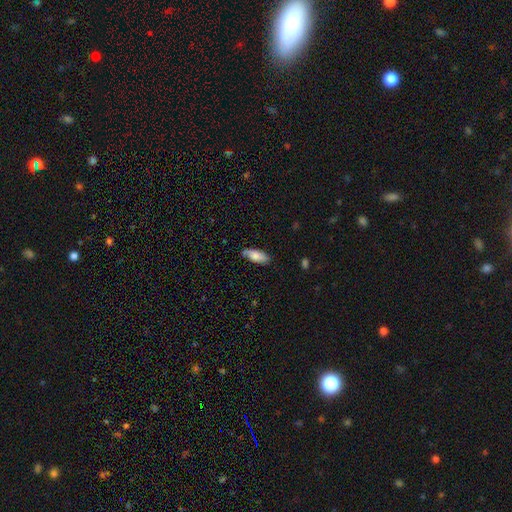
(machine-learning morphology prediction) Overall: smooth (74%). How rounded: in between (78%). Merging: none (74%).